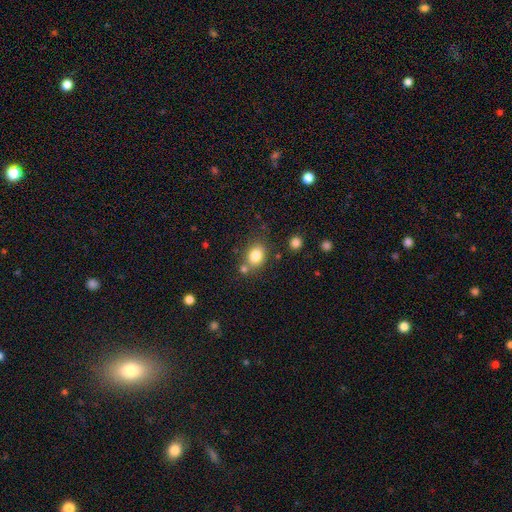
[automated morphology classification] Smooth or featured: smooth — 82% (star or artifact — 10%)
How rounded: in between — 52% (round — 47%)
Merging: none — 69% (merger — 14%)